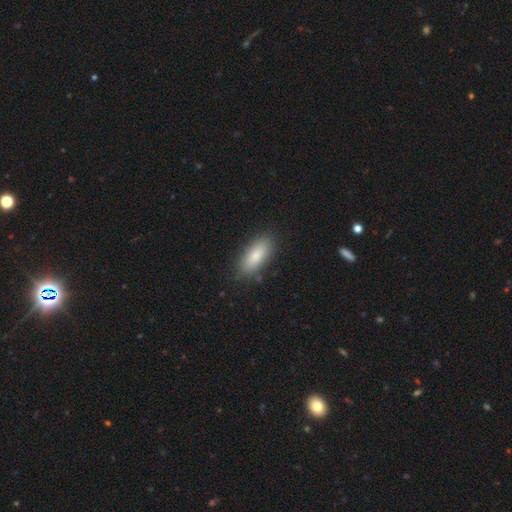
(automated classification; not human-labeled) A smooth galaxy with no disk features (83%) that is in between round and cigar-shaped (81%).

Vote fractions:
- Smooth or featured? smooth: 83% / featured or disk: 11% / star or artifact: 7%
- How rounded? in between: 81% / cigar-shaped: 16% / round: 2%
- Merging? none: 84% / minor disturbance: 11% / major disturbance: 3% / merger: 2%